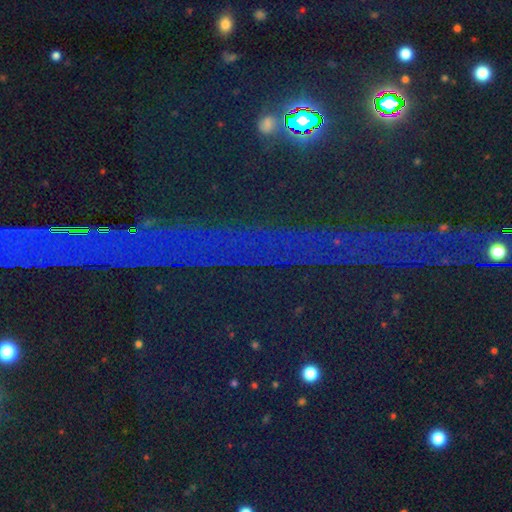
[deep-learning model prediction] This is clearly a star or artifact rather than a galaxy (84%).